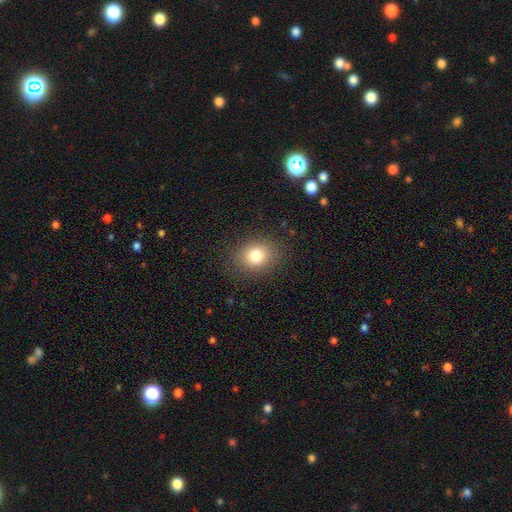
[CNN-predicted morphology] type=smooth (79%); roundness=round (59%); merging=none (86%).